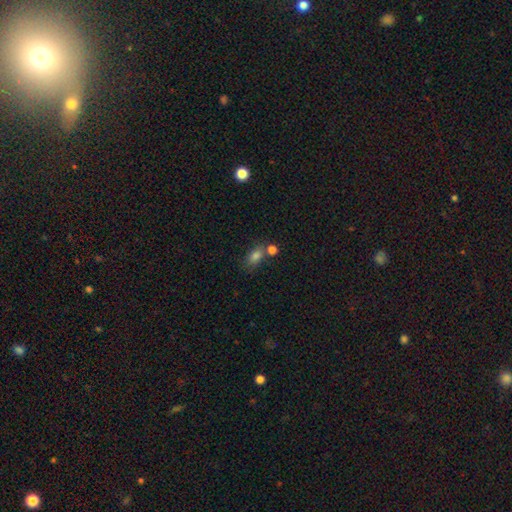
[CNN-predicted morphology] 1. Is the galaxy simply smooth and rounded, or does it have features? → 79% smooth, 12% star or artifact, 9% featured or disk.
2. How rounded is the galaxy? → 79% in between, 16% round, 4% cigar-shaped.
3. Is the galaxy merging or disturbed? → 55% none, 24% merger, 15% minor disturbance, 6% major disturbance.